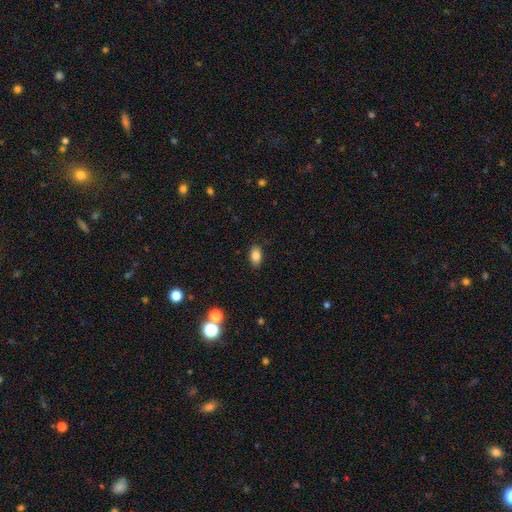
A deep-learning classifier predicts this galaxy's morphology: This is clearly a smooth galaxy (84%). How rounded: clearly in between (89%). Merging: clearly none (87%).